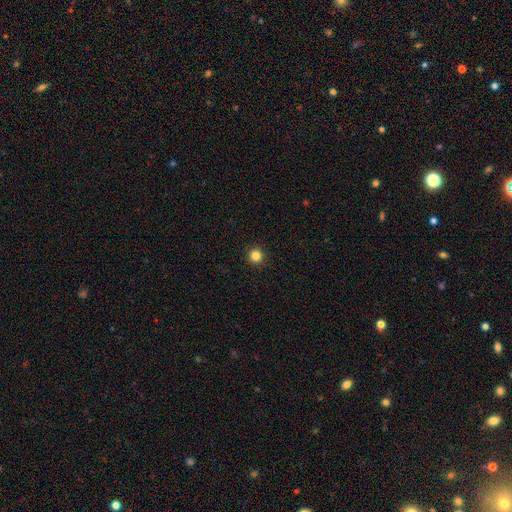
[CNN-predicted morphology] type=smooth (84%); roundness=round (96%); merging=none (93%).